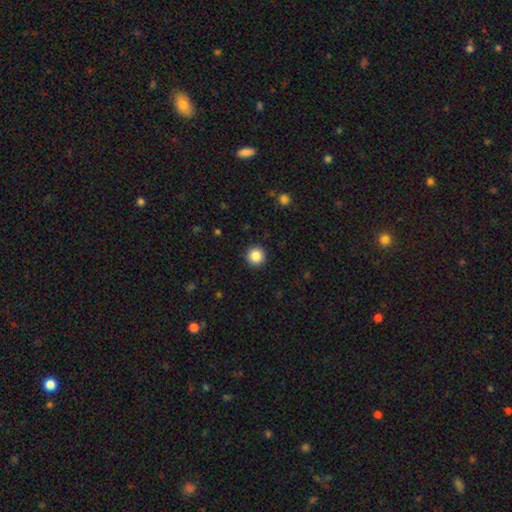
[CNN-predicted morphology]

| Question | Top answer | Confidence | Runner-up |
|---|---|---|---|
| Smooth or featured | smooth | 86% | star or artifact (10%) |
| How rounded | round | 96% | in between (3%) |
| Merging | none | 93% | minor disturbance (5%) |